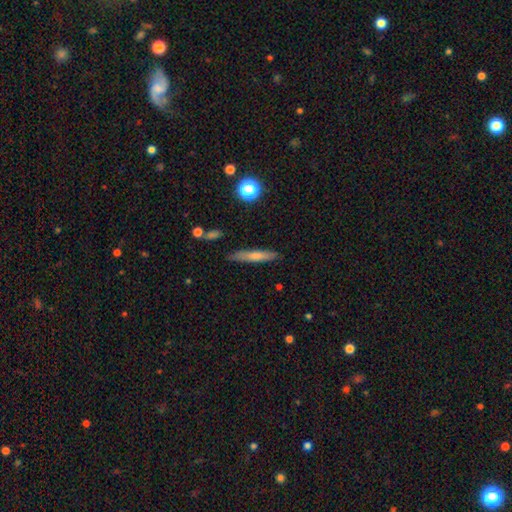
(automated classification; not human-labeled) Morphology: type=smooth (59%); roundness=cigar-shaped (91%); merging=none (86%).